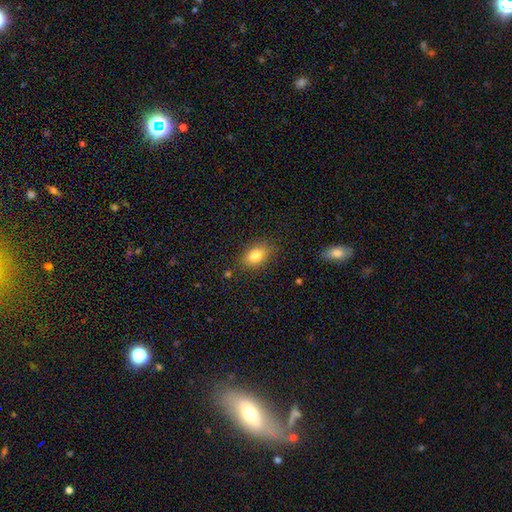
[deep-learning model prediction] This is clearly a smooth galaxy (81%). How rounded: clearly in between (81%). Merging: clearly none (82%).